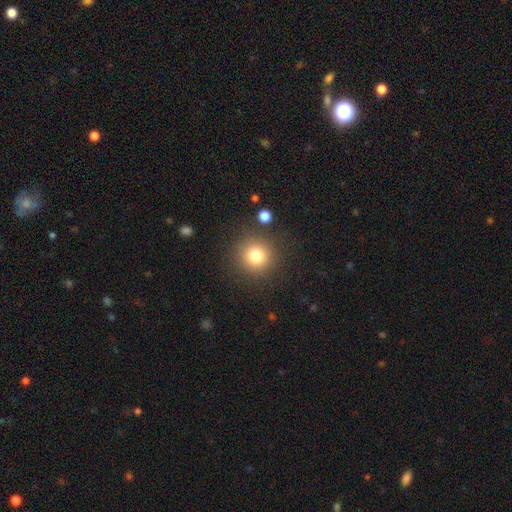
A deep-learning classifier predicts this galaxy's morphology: smooth_or_featured: smooth (p=0.79) [alt: star or artifact p=0.13]
how_rounded: round (p=0.95) [alt: in between p=0.04]
merging: none (p=0.87) [alt: minor disturbance p=0.07]